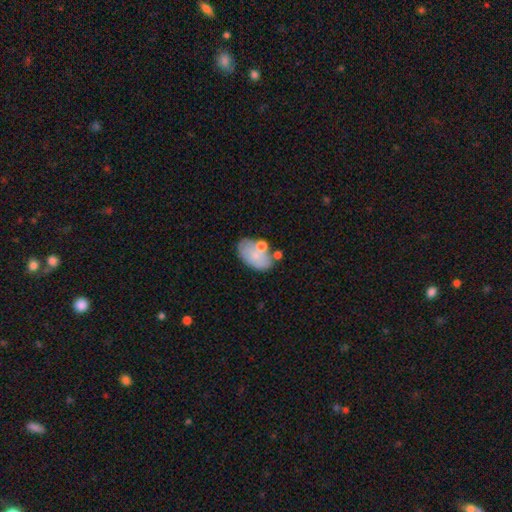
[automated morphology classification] Q: Smooth or featured?
A: smooth (70%); runner-up: featured or disk (22%)
Q: How rounded?
A: in between (92%); runner-up: round (7%)
Q: Merging?
A: none (54%); runner-up: minor disturbance (20%)